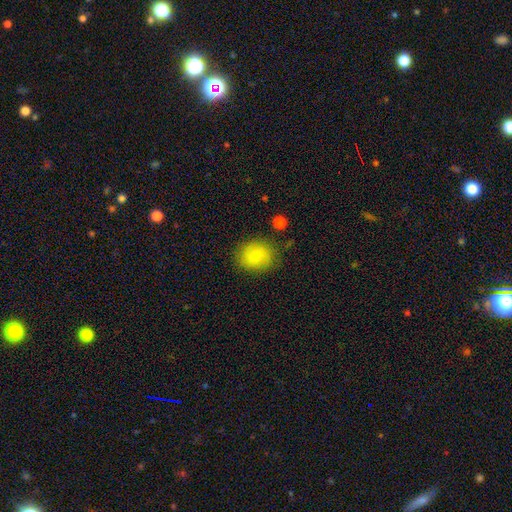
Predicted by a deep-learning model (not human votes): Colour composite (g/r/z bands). It shows a smooth galaxy with no disk features (79%) that is round (71%). Merging: none (81%).